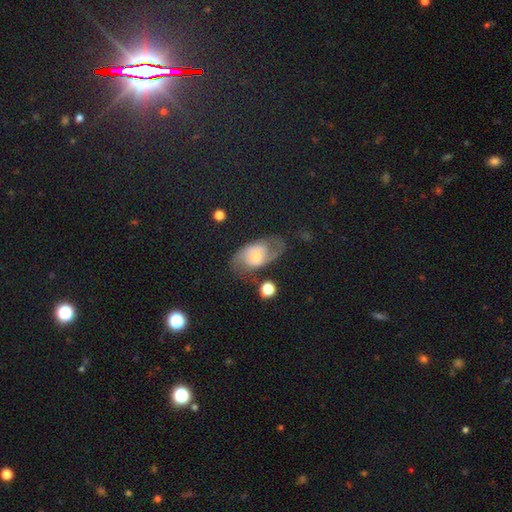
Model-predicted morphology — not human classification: The model was most divided on "bulge size": small: 44%, moderate: 38%, large: 11%, none: 4%, dominant: 3%. More confident: edge-on disk — no (94%); spiral arms — yes (79%); bar — no (65%); smooth or featured — featured or disk (59%); merging — none (56%).